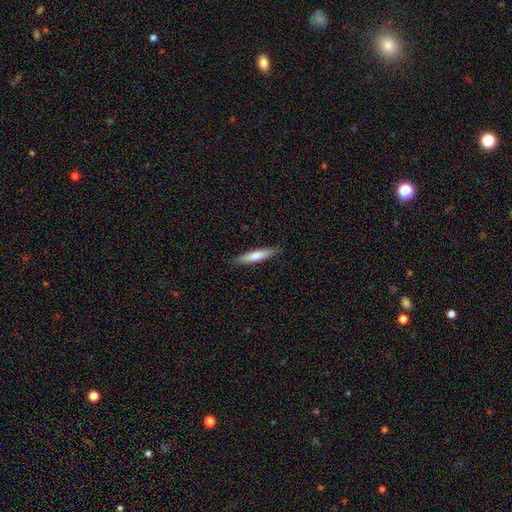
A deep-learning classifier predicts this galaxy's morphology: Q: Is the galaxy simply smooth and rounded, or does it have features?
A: smooth — 61%.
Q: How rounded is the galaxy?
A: cigar-shaped — 87%.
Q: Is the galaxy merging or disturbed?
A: none — 89%.